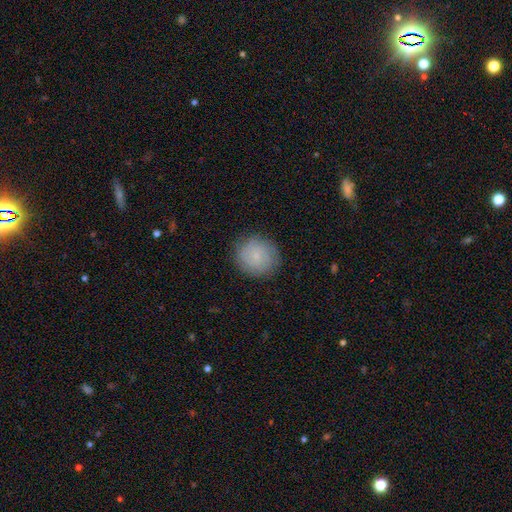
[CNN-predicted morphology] This appears to be a smooth galaxy with no disk features (66%) that is round (91%). Merging: none (84%).